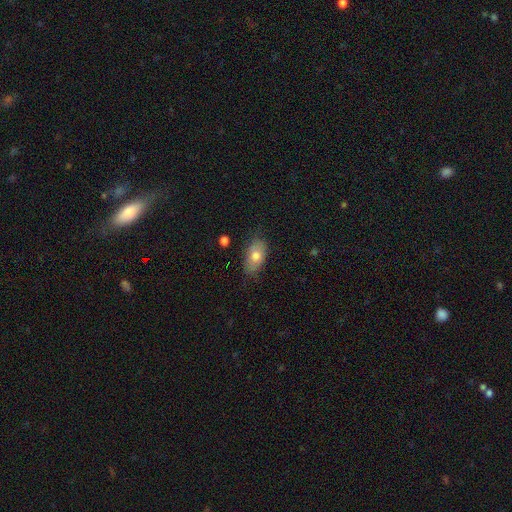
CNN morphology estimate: type=smooth (72%); roundness=in between (91%); merging=none (75%).